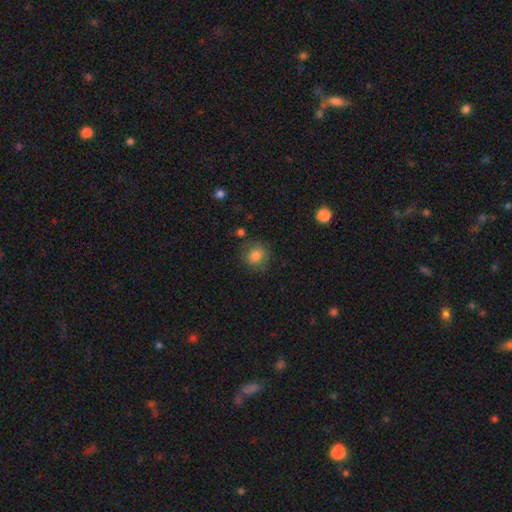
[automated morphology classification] Smooth or featured? Predicted: smooth (p=0.82). How rounded? Predicted: round (p=0.85). Merging? Predicted: none (p=0.80).